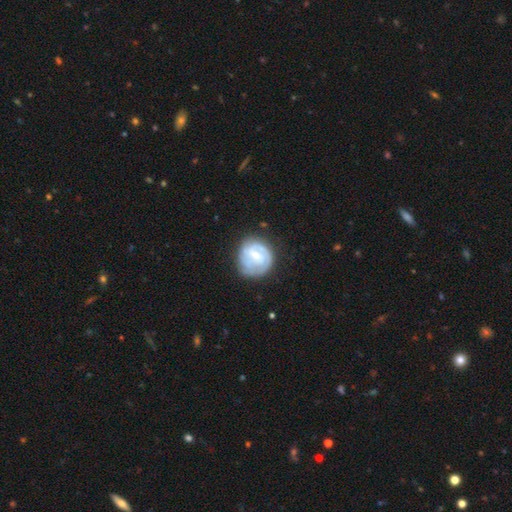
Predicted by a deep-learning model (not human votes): smooth-or-featured: featured or disk: 65% | smooth: 29% | star or artifact: 6%
  disk-edge-on: no: 98% | yes: 2%
    bar: weak: 55% | no: 26% | strong: 19%
    has-spiral-arms: yes: 80% | no: 20%
      spiral-winding: tight: 58% | medium: 31% | loose: 12%
      spiral-arm-count: 2: 40% | can't tell: 34% | 3: 11% | 1: 10% | 4: 3% | more than 4: 2%
    bulge-size: small: 51% | moderate: 33% | none: 12% | large: 3% | dominant: 1%
  merging: none: 65% | minor disturbance: 22% | major disturbance: 11% | merger: 2%